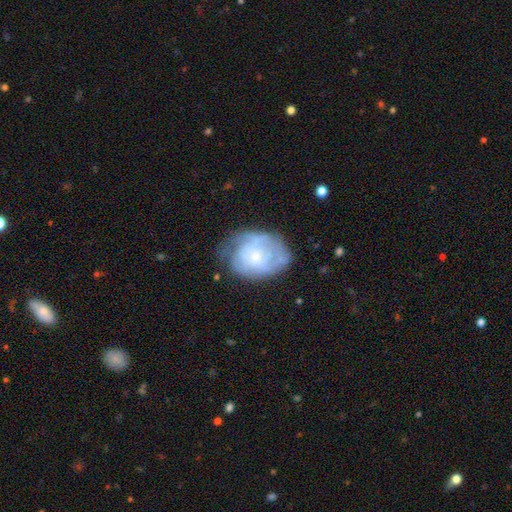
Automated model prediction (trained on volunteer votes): Smooth or featured?
  - featured or disk: 62% *
  - smooth: 31%
  - star or artifact: 7%
Edge-on disk?
  - no: 97% *
  - yes: 3%
Bar?
  - no: 76% *
  - weak: 21%
  - strong: 3%
Spiral arms?
  - yes: 73% *
  - no: 27%
Bulge size?
  - small: 59% *
  - moderate: 27%
  - none: 9%
  - large: 3%
  - dominant: 1%
Merging?
  - none: 55% *
  - minor disturbance: 29%
  - major disturbance: 14%
  - merger: 2%